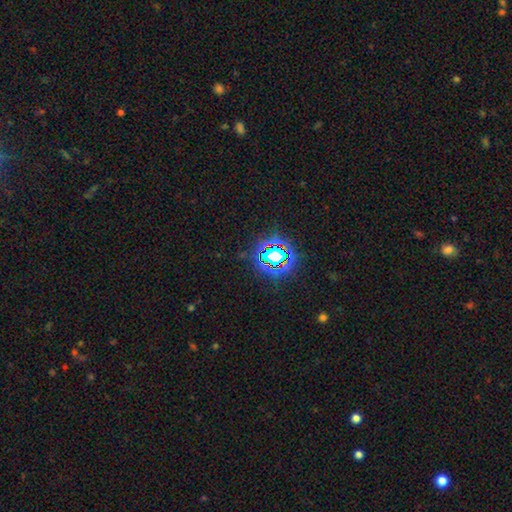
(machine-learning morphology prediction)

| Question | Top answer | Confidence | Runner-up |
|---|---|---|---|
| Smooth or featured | star or artifact | 80% | smooth (13%) |